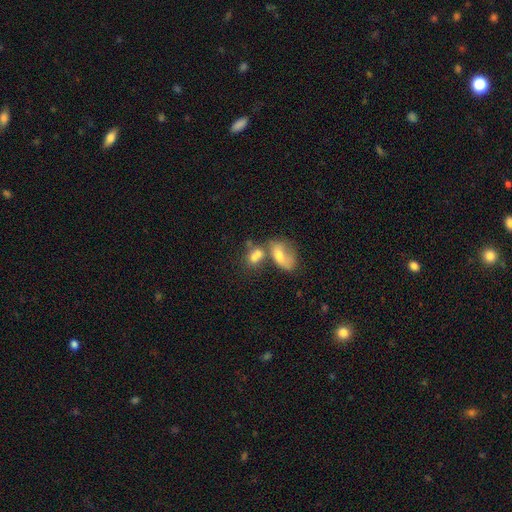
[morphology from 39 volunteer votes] Volunteers were most divided on "how rounded": in between: 63%, round: 37%, cigar-shaped: 0%. More confident: merging — merger (71%); smooth or featured — smooth (69%).